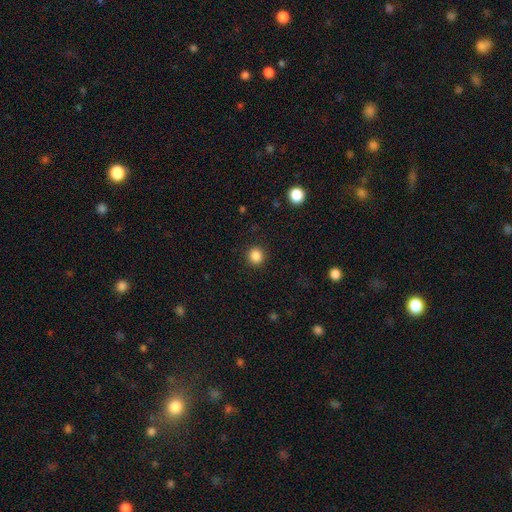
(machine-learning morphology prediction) This appears to be a smooth galaxy with no disk features (86%) that is round (89%). Merging: none (91%).